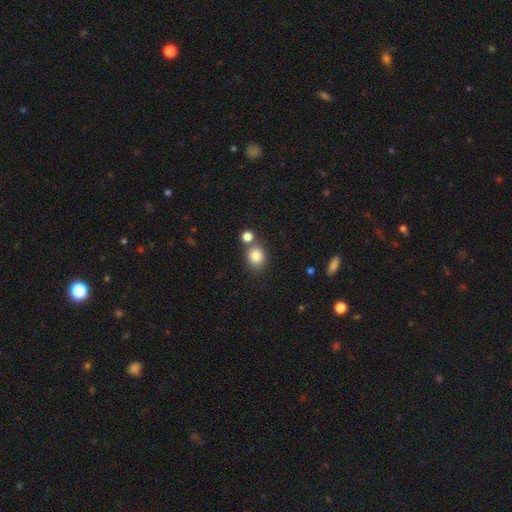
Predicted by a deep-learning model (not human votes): Smooth or featured: smooth — 84% (star or artifact — 10%)
How rounded: round — 60% (in between — 39%)
Merging: none — 61% (merger — 24%)